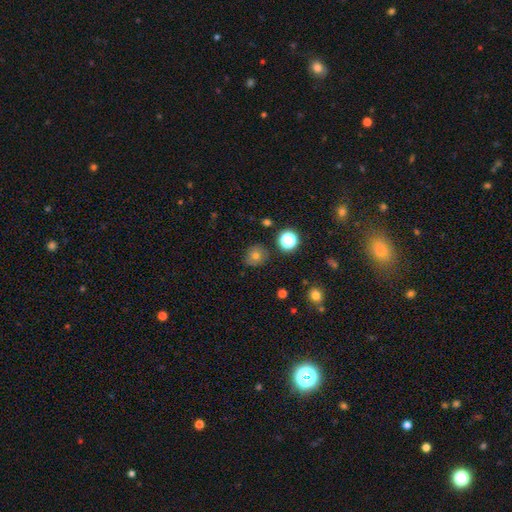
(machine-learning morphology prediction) Overall: smooth (72%). How rounded: round (85%). Merging: none (84%).